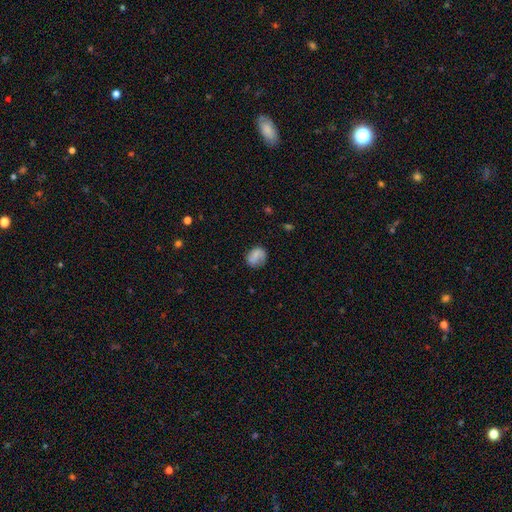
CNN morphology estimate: type=smooth (60%); roundness=round (65%); merging=none (67%).